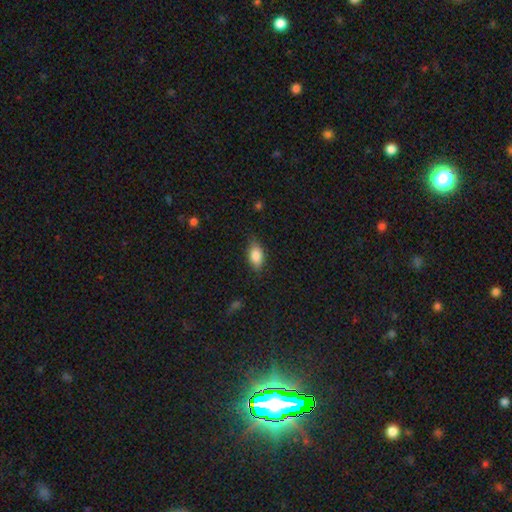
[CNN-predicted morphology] Overall: smooth (85%). How rounded: in between (89%). Merging: none (77%).